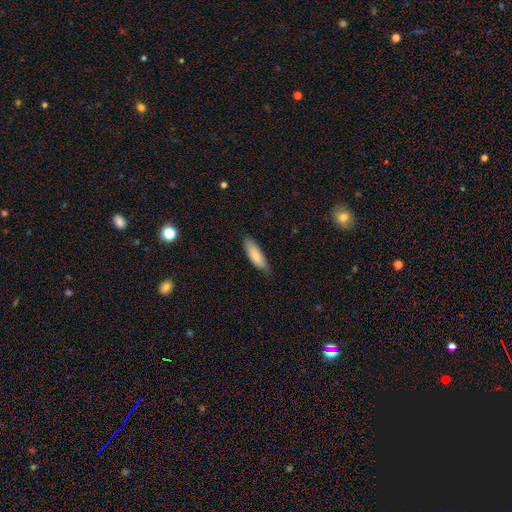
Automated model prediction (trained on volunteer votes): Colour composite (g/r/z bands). It shows a smooth galaxy with no disk features (74%) that is in between round and cigar-shaped (58%). Merging: none (75%).